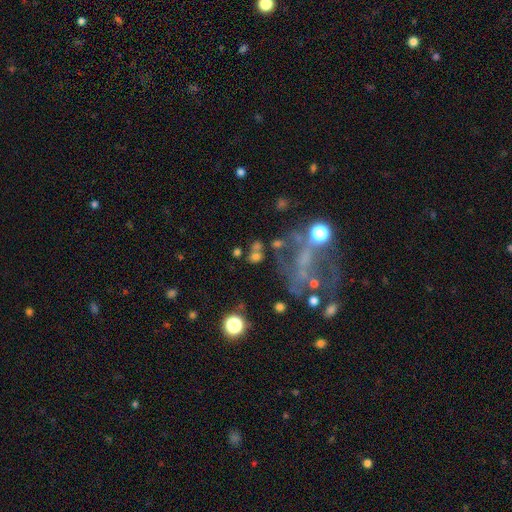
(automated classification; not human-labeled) The model was most divided on "how rounded": round: 62%, in between: 35%, cigar-shaped: 3%. More confident: smooth or featured — smooth (55%); merging — none (54%).